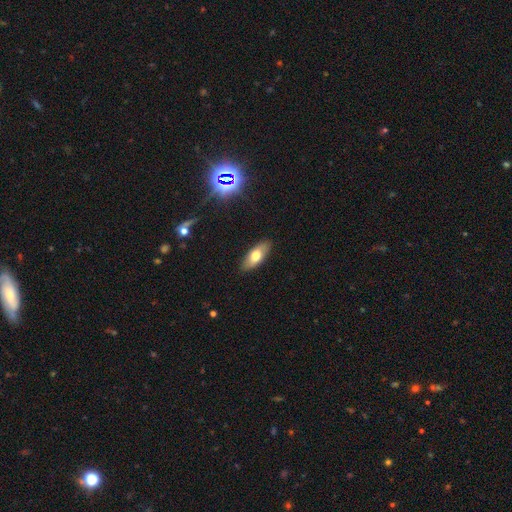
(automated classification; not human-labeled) The model was most divided on "smooth or featured": smooth: 68%, featured or disk: 24%, star or artifact: 8%. More confident: merging — none (88%); how rounded — in between (81%).